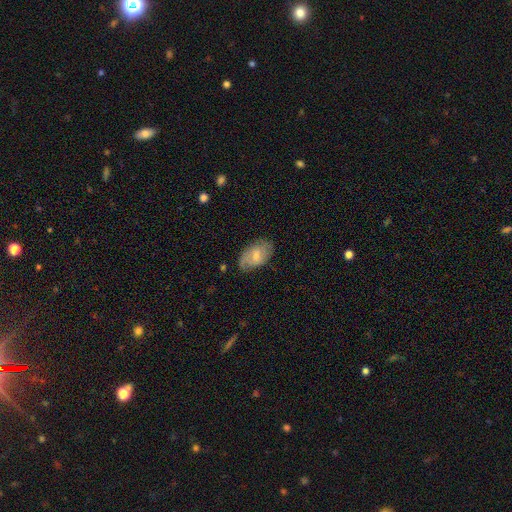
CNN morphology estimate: smooth_or_featured: smooth (p=0.57) [alt: featured or disk p=0.36]
how_rounded: in between (p=0.93) [alt: round p=0.05]
merging: none (p=0.68) [alt: minor disturbance p=0.24]